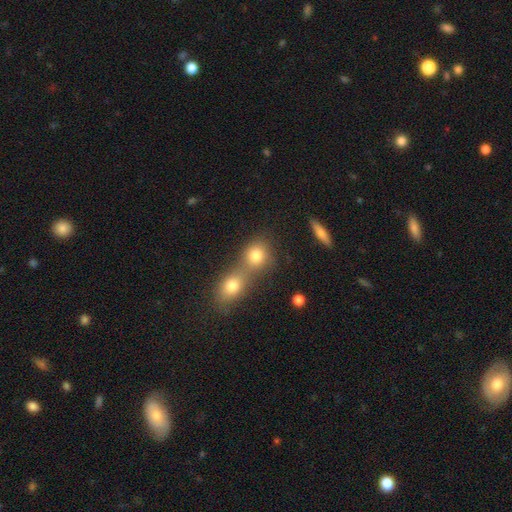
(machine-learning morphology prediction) type=smooth (79%); roundness=round (71%); merging=merger (59%).